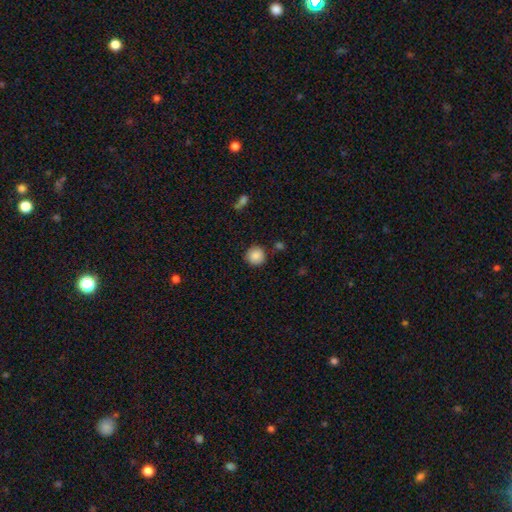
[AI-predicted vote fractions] Overall: smooth (87%). How rounded: round (93%). Merging: none (87%).